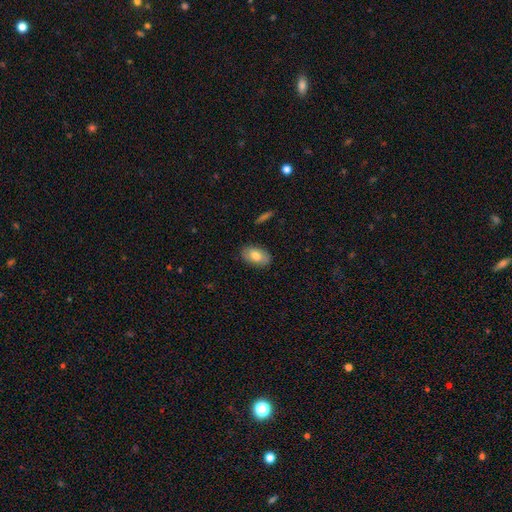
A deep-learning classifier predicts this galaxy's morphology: The model was most divided on "smooth or featured": smooth: 75%, featured or disk: 19%, star or artifact: 6%. More confident: how rounded — in between (92%); merging — none (86%).